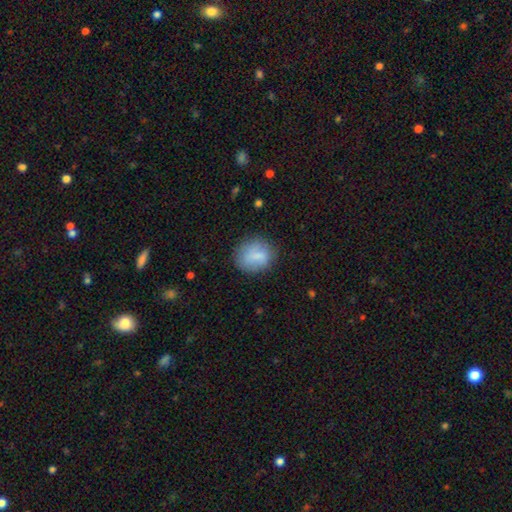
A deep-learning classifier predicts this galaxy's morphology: smooth 80%, featured or disk 12%, star or artifact 8%. Down the decision tree: how rounded — round (67%); merging — none (73%).